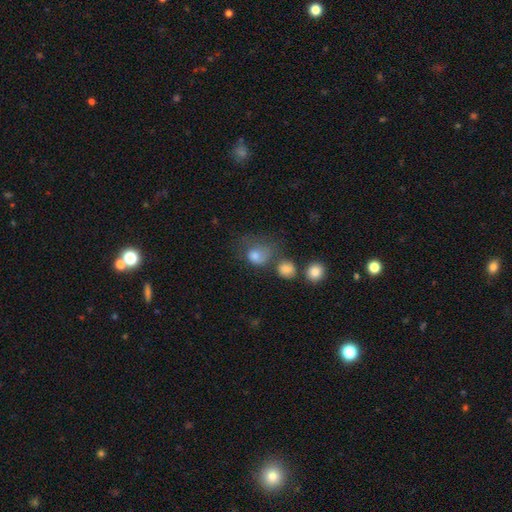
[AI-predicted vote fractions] Morphology: type=smooth (74%); roundness=round (63%); merging=none (33%).